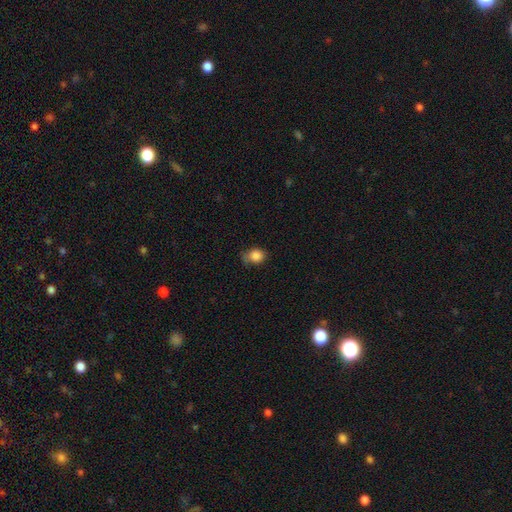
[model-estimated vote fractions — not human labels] A smooth galaxy with no disk features (85%) that is round (62%).

Vote fractions:
- Smooth or featured? smooth: 85% / star or artifact: 10% / featured or disk: 5%
- How rounded? round: 62% / in between: 37% / cigar-shaped: 1%
- Merging? none: 53% / minor disturbance: 34% / major disturbance: 11% / merger: 2%